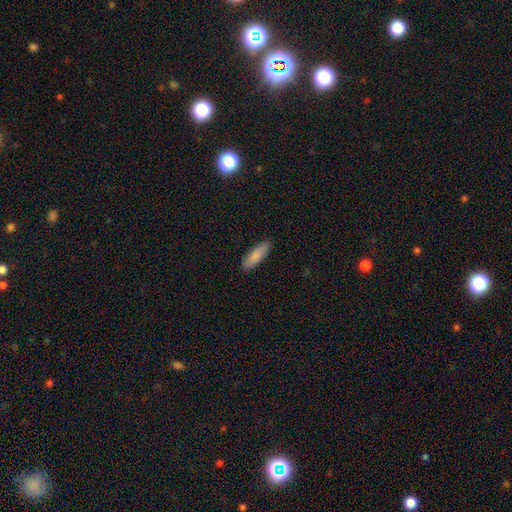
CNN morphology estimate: The model was most divided on "how rounded": in between: 50%, cigar-shaped: 49%, round: 1%. More confident: merging — none (89%); smooth or featured — smooth (86%).